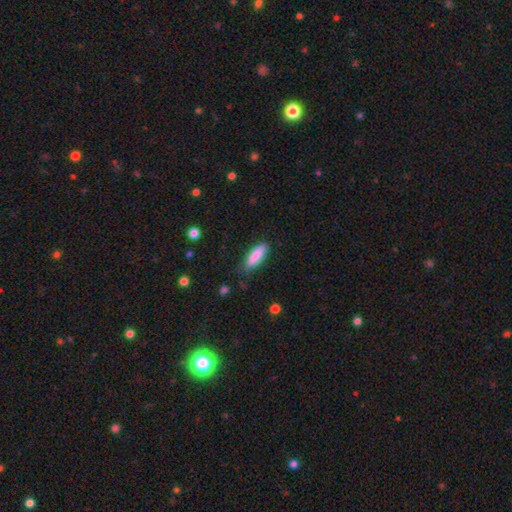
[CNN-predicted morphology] Smooth or featured? smooth (86%)
How rounded? in between (56%)
Merging? none (75%)